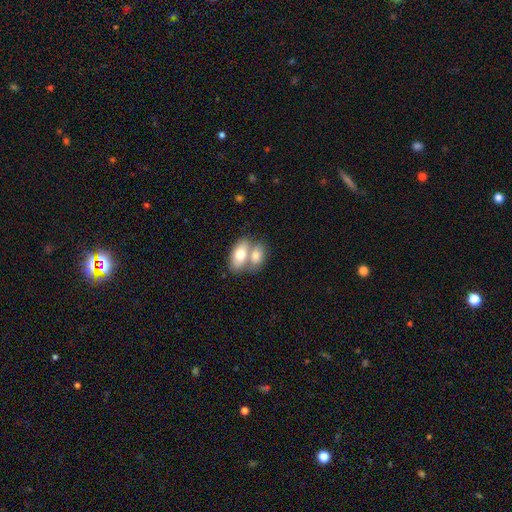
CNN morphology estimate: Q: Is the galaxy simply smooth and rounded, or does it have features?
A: smooth — 76%.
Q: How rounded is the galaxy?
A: in between — 88%.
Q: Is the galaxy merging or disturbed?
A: merger — 65%.